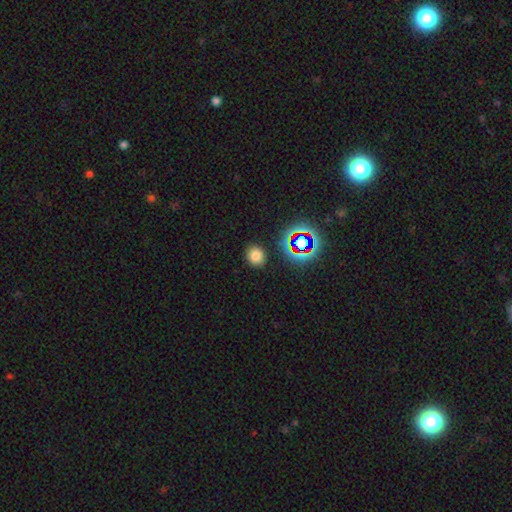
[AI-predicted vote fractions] This is likely a smooth galaxy (76%). How rounded: clearly round (80%). Merging: clearly none (88%).